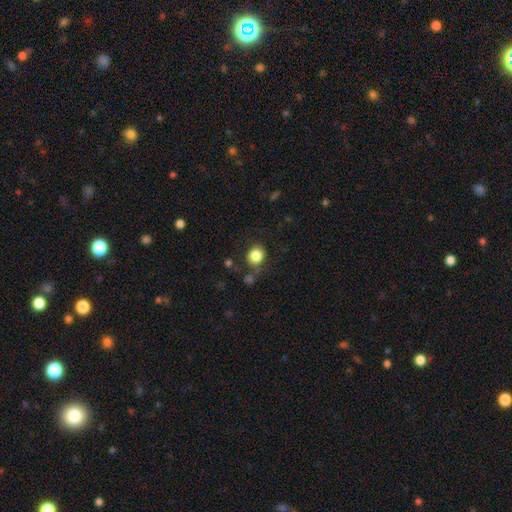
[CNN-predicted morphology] Smooth or featured: smooth — 84% (star or artifact — 10%)
How rounded: round — 78% (in between — 21%)
Merging: none — 77% (minor disturbance — 13%)